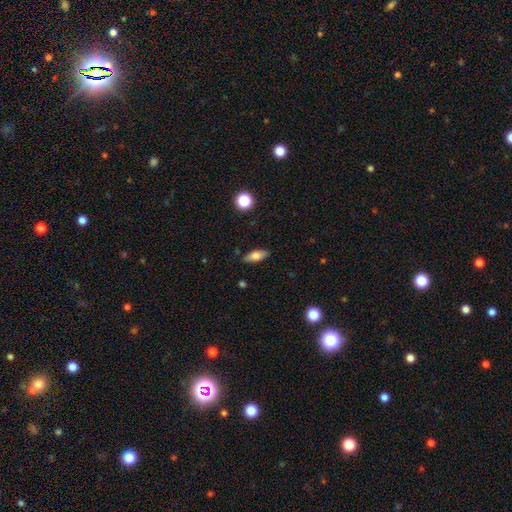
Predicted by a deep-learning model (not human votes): A smooth galaxy with no disk features (71%) that is in between round and cigar-shaped (77%). Merging: none (86%).